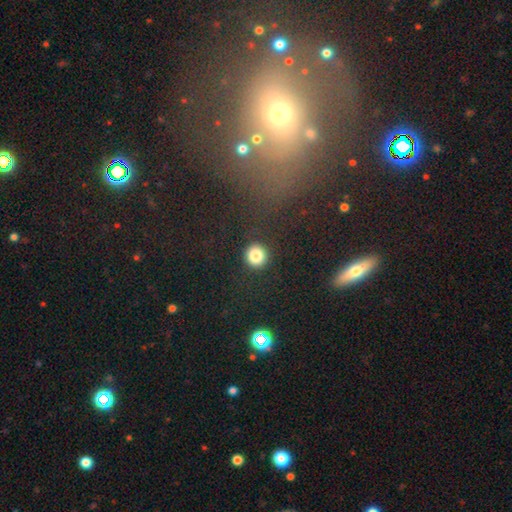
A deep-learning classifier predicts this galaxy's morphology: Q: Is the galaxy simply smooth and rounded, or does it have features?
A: smooth — 83%.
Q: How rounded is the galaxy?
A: round — 93%.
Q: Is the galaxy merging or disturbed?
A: none — 91%.